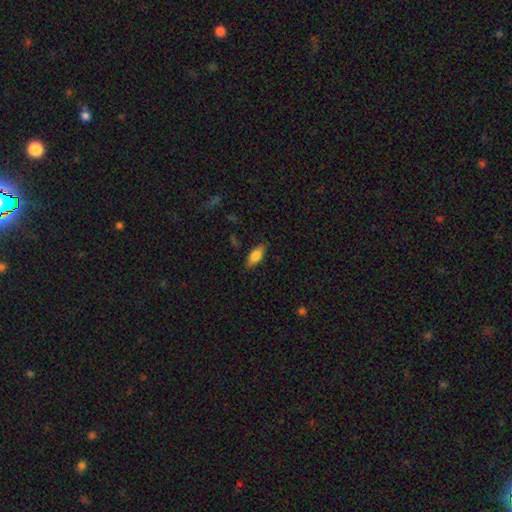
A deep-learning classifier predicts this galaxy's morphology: Smooth or featured? Predicted: smooth (p=0.80). How rounded? Predicted: in between (p=0.80). Merging? Predicted: none (p=0.82).